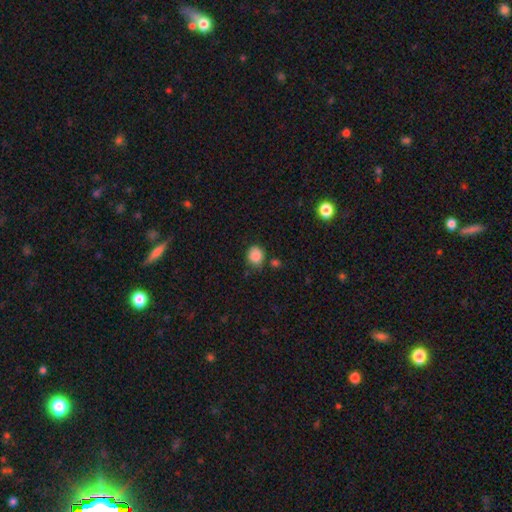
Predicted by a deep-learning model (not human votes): Smooth or featured: smooth — 86% (star or artifact — 10%)
How rounded: round — 73% (in between — 27%)
Merging: none — 70% (minor disturbance — 19%)